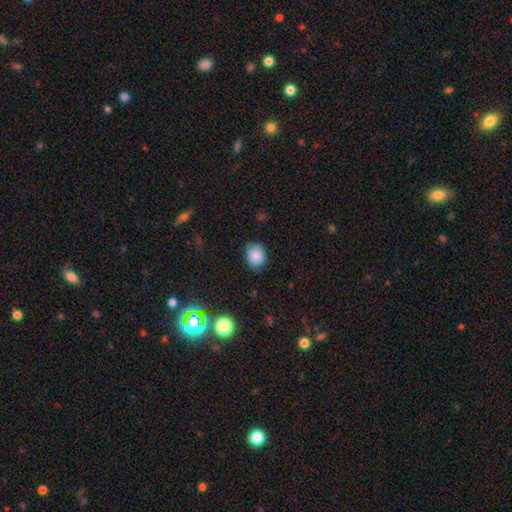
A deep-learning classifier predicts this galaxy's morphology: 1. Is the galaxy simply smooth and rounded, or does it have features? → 85% smooth, 9% star or artifact, 6% featured or disk.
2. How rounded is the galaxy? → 50% in between, 49% round, 1% cigar-shaped.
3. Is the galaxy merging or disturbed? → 70% none, 24% minor disturbance, 4% major disturbance, 1% merger.